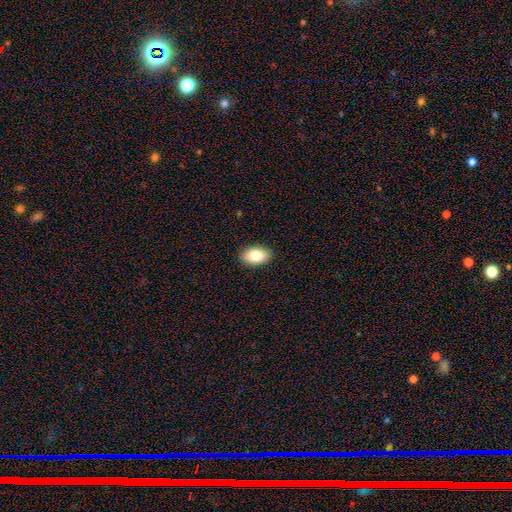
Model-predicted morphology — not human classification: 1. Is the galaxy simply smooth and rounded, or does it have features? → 82% smooth, 10% featured or disk, 7% star or artifact.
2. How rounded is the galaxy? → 91% in between, 7% round, 1% cigar-shaped.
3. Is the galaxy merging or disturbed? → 90% none, 7% minor disturbance, 2% major disturbance, 1% merger.